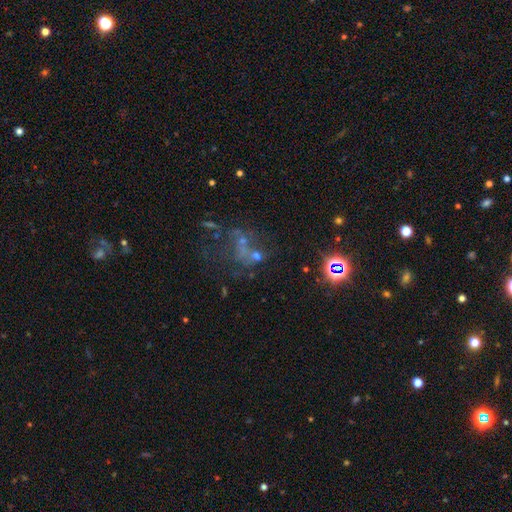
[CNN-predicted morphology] Q: Smooth or featured?
A: star or artifact (39%); runner-up: featured or disk (37%)